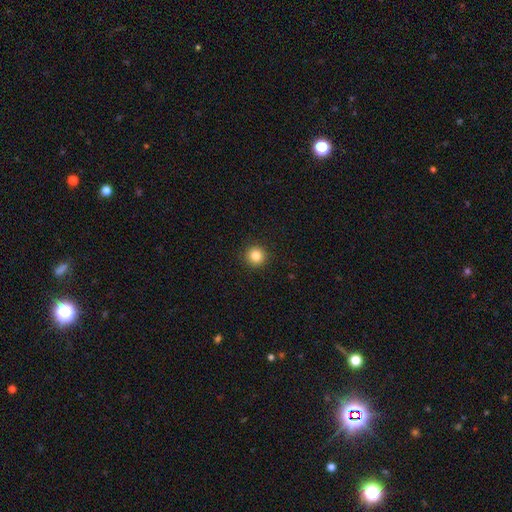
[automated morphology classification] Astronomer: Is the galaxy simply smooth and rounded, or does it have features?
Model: smooth — 83%.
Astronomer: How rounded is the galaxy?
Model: round — 95%.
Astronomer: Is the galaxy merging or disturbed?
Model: none — 92%.